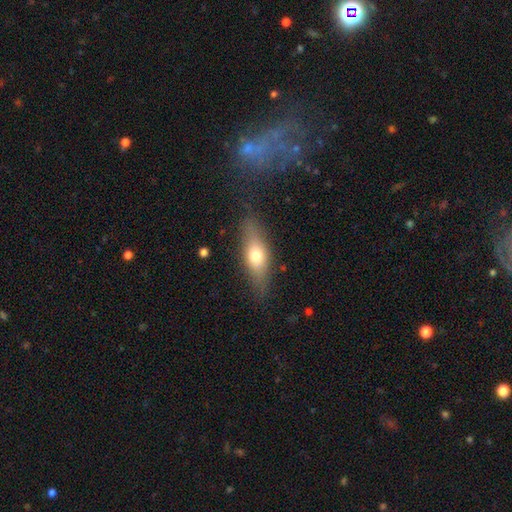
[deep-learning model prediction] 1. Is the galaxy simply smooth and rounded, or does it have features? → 64% smooth, 28% featured or disk, 8% star or artifact.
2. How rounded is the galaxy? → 64% in between, 30% cigar-shaped, 6% round.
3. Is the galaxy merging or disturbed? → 76% none, 17% minor disturbance, 6% major disturbance, 2% merger.